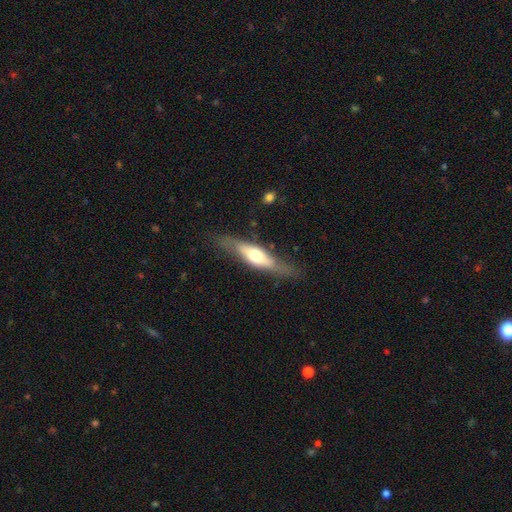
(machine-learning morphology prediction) A featured or disk galaxy (53%) viewed edge-on (75%).

Vote fractions:
- Smooth or featured? featured or disk: 53% / smooth: 42% / star or artifact: 5%
- Edge-on disk? yes: 75% / no: 25%
- Merging? none: 74% / minor disturbance: 18% / major disturbance: 7% / merger: 2%